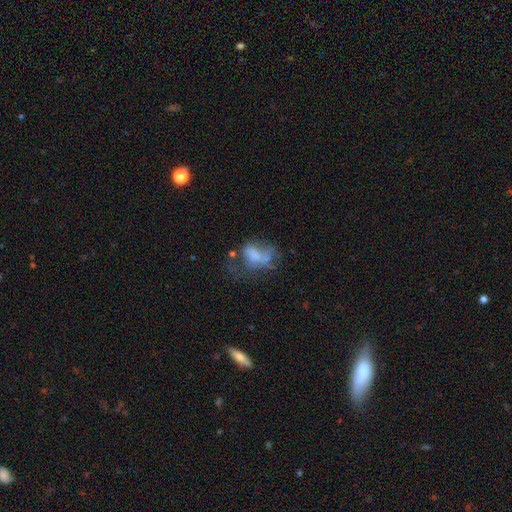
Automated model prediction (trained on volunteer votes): Smooth or featured? smooth (49%)
Merging? major disturbance (43%)